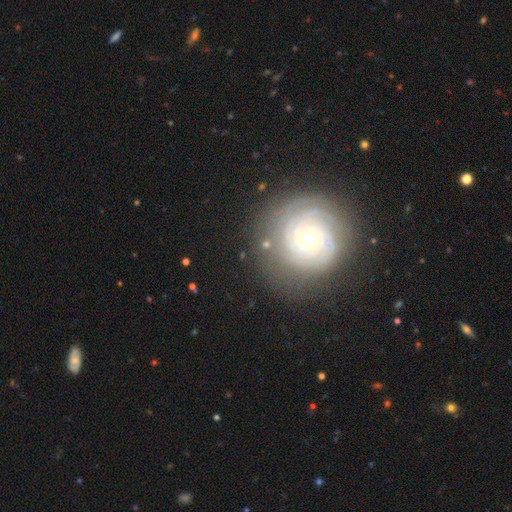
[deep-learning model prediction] Smooth or featured?
  - featured or disk: 50% *
  - smooth: 34%
  - star or artifact: 16%
Merging?
  - none: 81% *
  - minor disturbance: 11%
  - major disturbance: 6%
  - merger: 2%